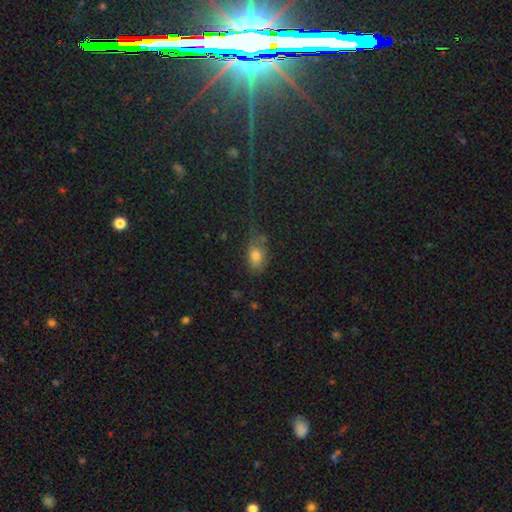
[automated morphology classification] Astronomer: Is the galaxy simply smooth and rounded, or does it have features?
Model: smooth — 77%.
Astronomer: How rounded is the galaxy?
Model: in between — 82%.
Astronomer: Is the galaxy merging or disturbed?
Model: none — 61%.